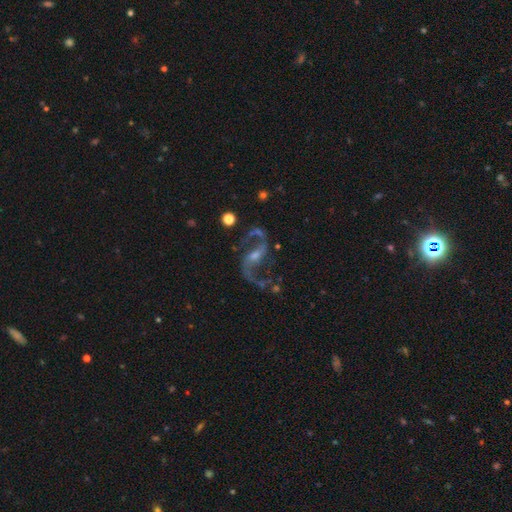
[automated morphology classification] smooth-or-featured: featured or disk: 90% | star or artifact: 6% | smooth: 3%
  disk-edge-on: no: 97% | yes: 3%
    bar: weak: 42% | strong: 32% | no: 26%
    has-spiral-arms: yes: 97% | no: 3%
      spiral-winding: loose: 66% | medium: 29% | tight: 5%
      spiral-arm-count: 2: 94% | 1: 2% | can't tell: 1% | 3: 1% | 4: 1% | more than 4: 1%
    bulge-size: small: 50% | moderate: 42% | none: 4% | large: 3% | dominant: 1%
  merging: none: 71% | minor disturbance: 14% | major disturbance: 11% | merger: 4%